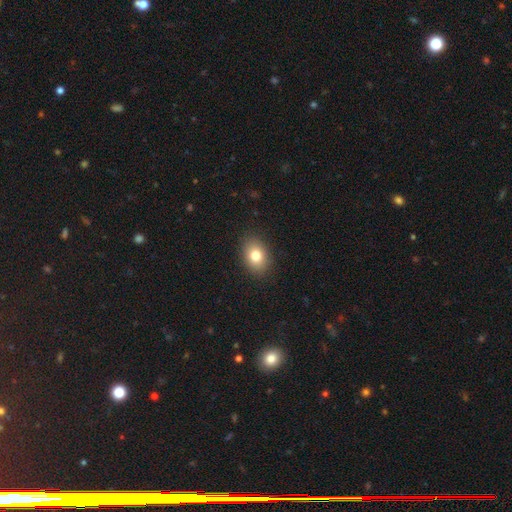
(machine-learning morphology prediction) The model was most divided on "how rounded": in between: 73%, round: 26%, cigar-shaped: 1%. More confident: merging — none (88%); smooth or featured — smooth (80%).